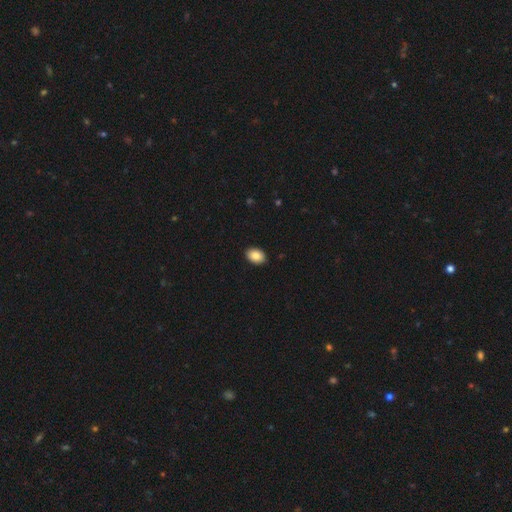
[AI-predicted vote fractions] Smooth or featured? smooth (87%)
How rounded? in between (83%)
Merging? none (91%)